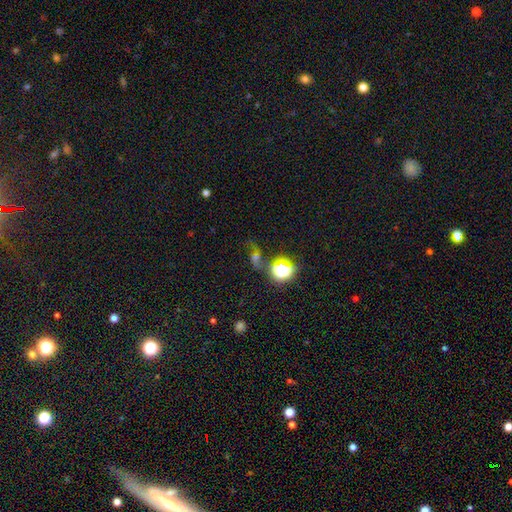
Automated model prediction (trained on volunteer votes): This appears to be a featured or disk galaxy (42%). Merging: none (66%).